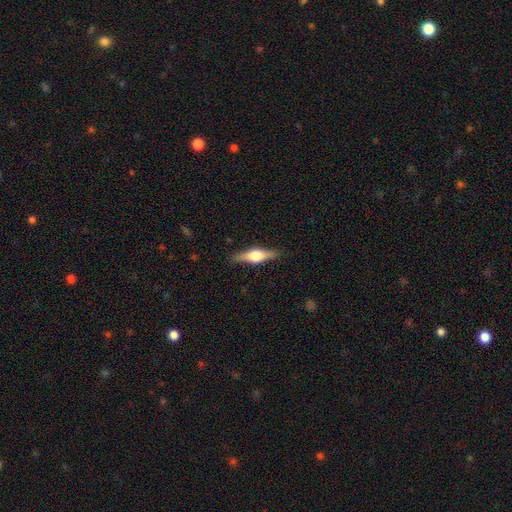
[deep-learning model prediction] smooth_or_featured: featured or disk (p=0.65) [alt: smooth p=0.28]
disk_edge_on: yes (p=0.96) [alt: no p=0.04]
edge_on_bulge: rounded (p=0.92) [alt: boxy p=0.07]
merging: none (p=0.89) [alt: minor disturbance p=0.08]